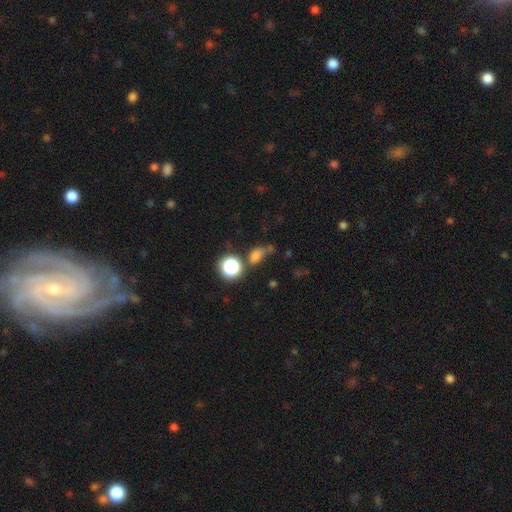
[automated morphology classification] A smooth galaxy with no disk features (69%) that is in between round and cigar-shaped (58%).

Vote fractions:
- Smooth or featured? smooth: 69% / star or artifact: 22% / featured or disk: 8%
- How rounded? in between: 58% / round: 38% / cigar-shaped: 4%
- Merging? none: 50% / minor disturbance: 22% / merger: 17% / major disturbance: 12%